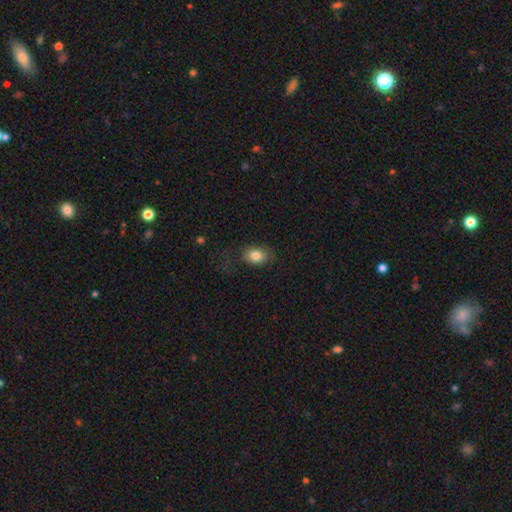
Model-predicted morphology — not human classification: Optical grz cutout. It shows a smooth galaxy with no disk features (83%) that is in between round and cigar-shaped (70%). Merging: none (62%).